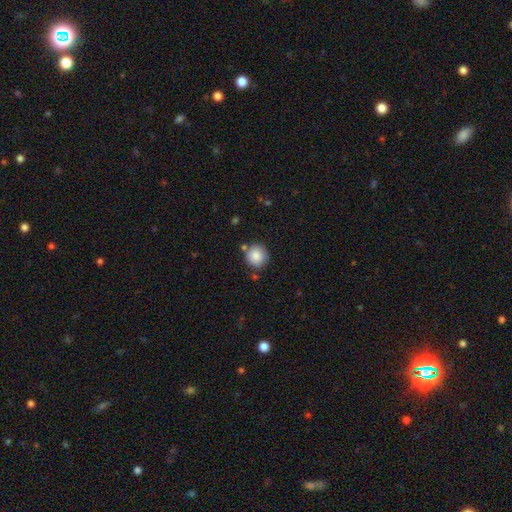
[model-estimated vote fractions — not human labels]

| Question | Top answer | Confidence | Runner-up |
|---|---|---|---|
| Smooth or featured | smooth | 86% | star or artifact (8%) |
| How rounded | round | 92% | in between (7%) |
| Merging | none | 80% | minor disturbance (11%) |